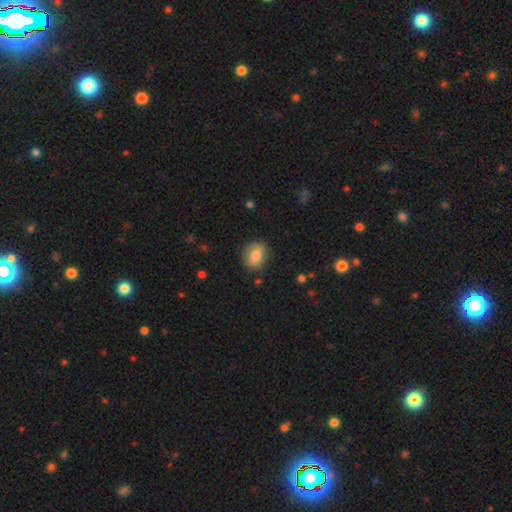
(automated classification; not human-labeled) A smooth galaxy with no disk features (81%) that is round (51%). Merging: none (82%).